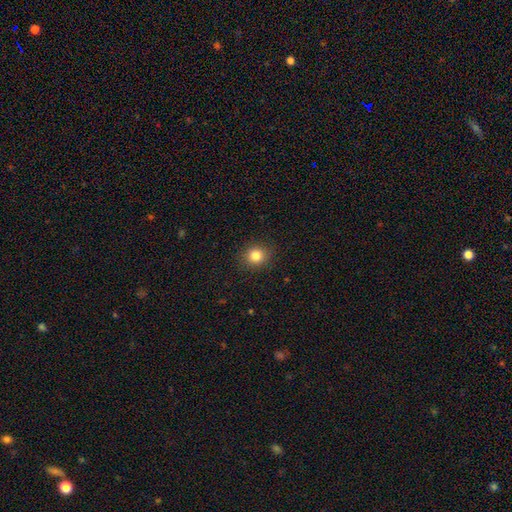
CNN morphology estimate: Smooth or featured? Predicted: smooth (p=0.83). How rounded? Predicted: round (p=0.83). Merging? Predicted: none (p=0.90).